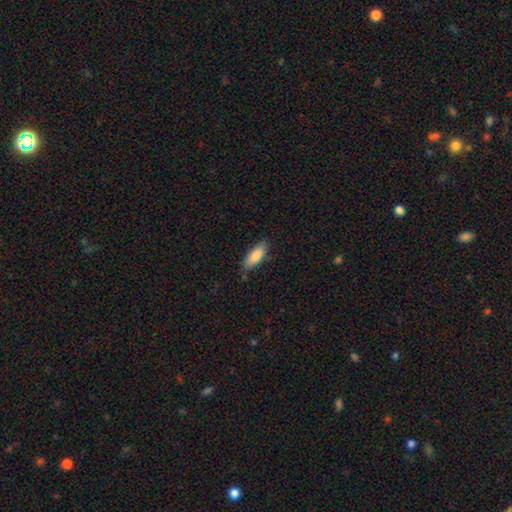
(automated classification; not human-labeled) Overall: smooth (85%). How rounded: in between (70%). Merging: none (79%).